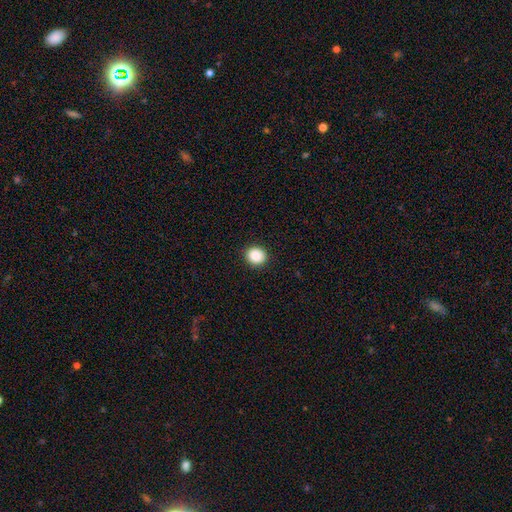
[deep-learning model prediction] Smooth or featured?
  - smooth: 89% *
  - star or artifact: 9%
  - featured or disk: 2%
How rounded?
  - round: 86% *
  - in between: 13%
  - cigar-shaped: 1%
Merging?
  - none: 92% *
  - minor disturbance: 5%
  - major disturbance: 2%
  - merger: 1%